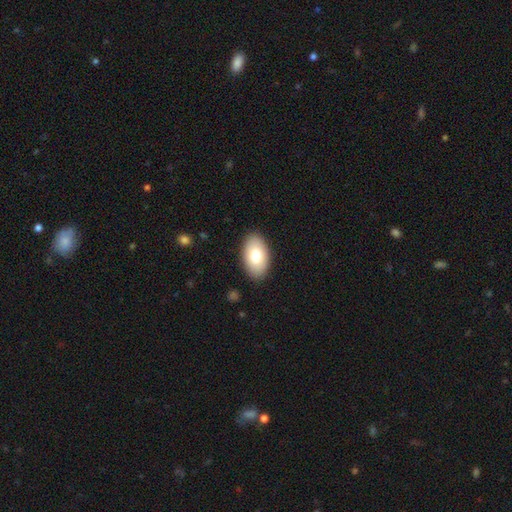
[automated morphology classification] This appears to be a smooth galaxy with no disk features (75%) that is in between round and cigar-shaped (93%). Merging: none (88%).